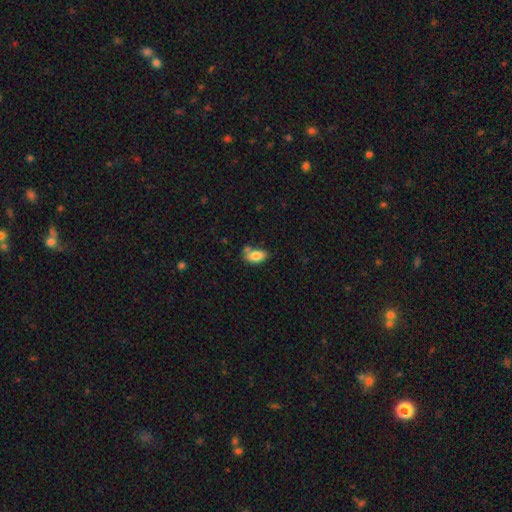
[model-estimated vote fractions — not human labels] This appears to be a smooth galaxy with no disk features (82%) that is in between round and cigar-shaped (91%). Merging: none (56%).